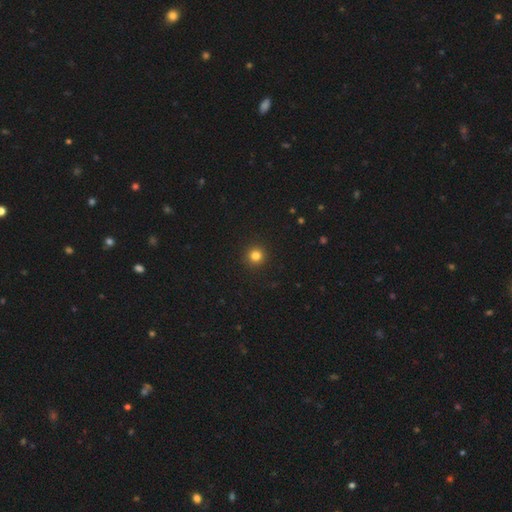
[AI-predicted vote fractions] Smooth or featured? smooth (82%)
How rounded? round (96%)
Merging? none (93%)